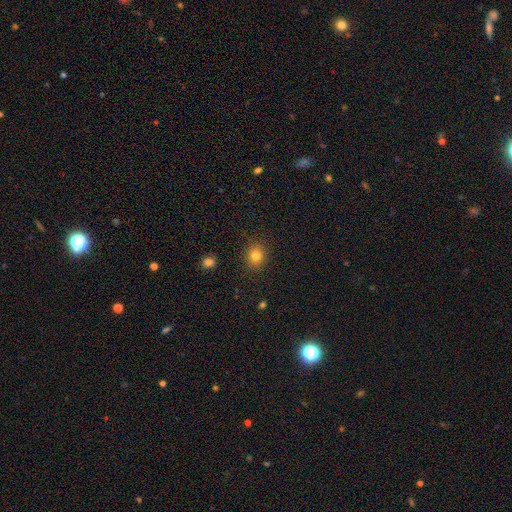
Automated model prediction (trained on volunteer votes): Morphology: type=smooth (81%); roundness=round (73%); merging=none (89%).